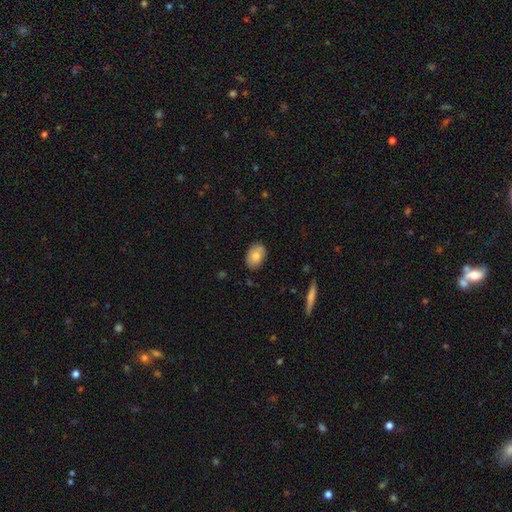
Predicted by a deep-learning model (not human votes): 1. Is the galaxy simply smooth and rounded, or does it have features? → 80% smooth, 13% featured or disk, 7% star or artifact.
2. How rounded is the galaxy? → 86% in between, 13% round, 1% cigar-shaped.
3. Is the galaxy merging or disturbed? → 82% none, 14% minor disturbance, 2% major disturbance, 1% merger.